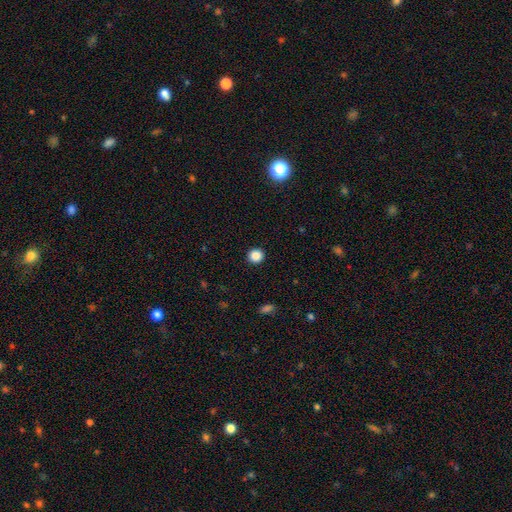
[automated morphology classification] A smooth galaxy with no disk features (87%) that is round (93%). Merging: none (93%).